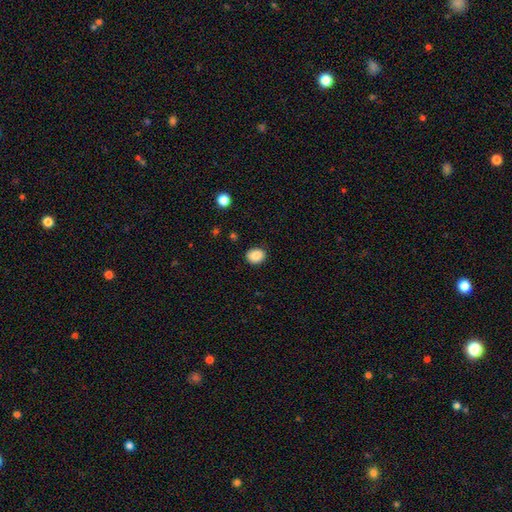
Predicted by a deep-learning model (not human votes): smooth 88%, star or artifact 9%, featured or disk 4%. Down the decision tree: how rounded — round (57%); merging — none (86%).